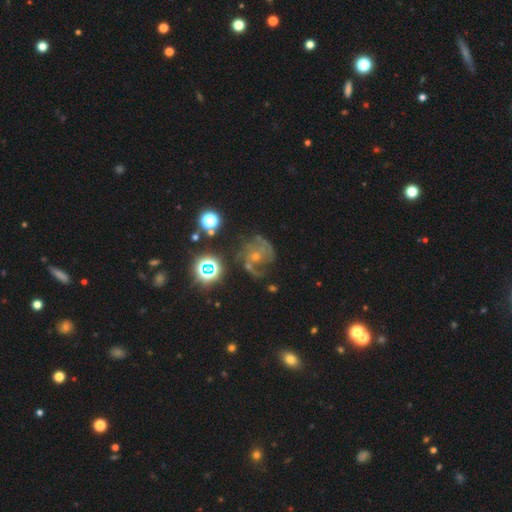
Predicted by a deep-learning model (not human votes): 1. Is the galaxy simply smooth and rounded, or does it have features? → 63% featured or disk, 23% star or artifact, 14% smooth.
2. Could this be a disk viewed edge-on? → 97% no, 3% yes.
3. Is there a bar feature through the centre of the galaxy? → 67% no, 26% weak, 7% strong.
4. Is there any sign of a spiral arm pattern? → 88% yes, 12% no.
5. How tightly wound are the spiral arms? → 46% medium, 34% tight, 19% loose.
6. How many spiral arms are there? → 39% 2, 25% can't tell, 18% 3, 9% 1, 5% 4, 5% more than 4.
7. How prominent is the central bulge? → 68% small, 26% moderate, 3% none, 2% large, 1% dominant.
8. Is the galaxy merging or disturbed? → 56% none, 20% minor disturbance, 18% major disturbance, 6% merger.